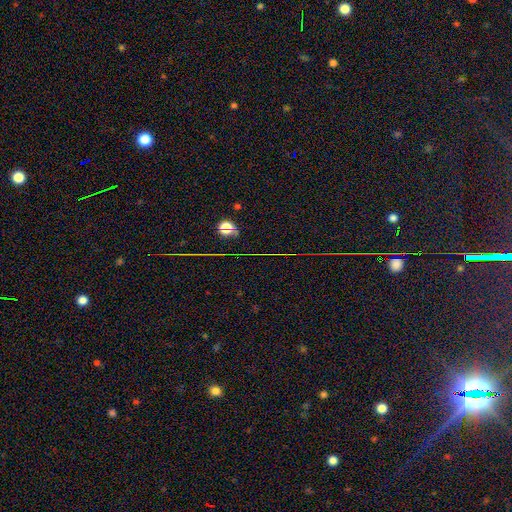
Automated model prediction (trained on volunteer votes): This is likely a star or artifact rather than a galaxy (78%).